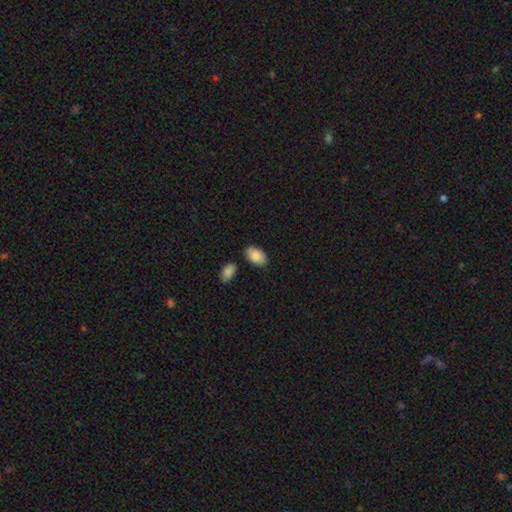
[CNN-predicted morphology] smooth 88%, featured or disk 6%, star or artifact 6%. Down the decision tree: how rounded — in between (93%); merging — none (80%).